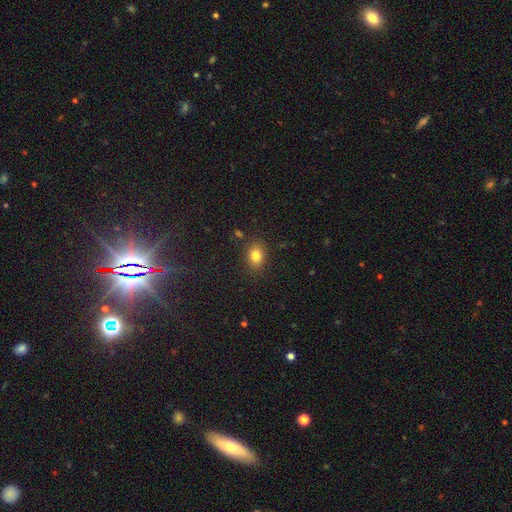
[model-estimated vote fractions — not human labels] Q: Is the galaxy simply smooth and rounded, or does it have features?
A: smooth — 82%.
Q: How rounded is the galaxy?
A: in between — 63%.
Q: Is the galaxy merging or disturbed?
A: none — 86%.